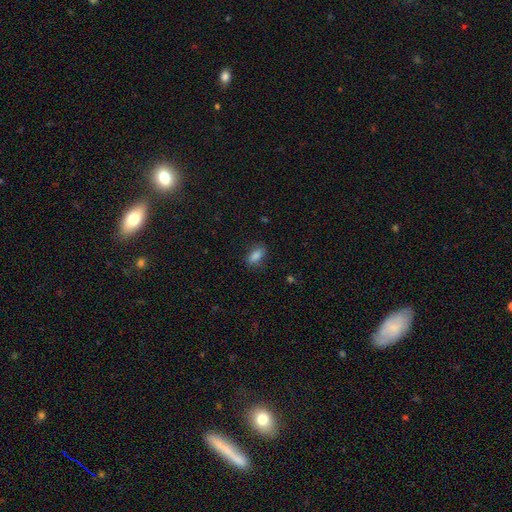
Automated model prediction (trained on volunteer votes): Overall: smooth (85%). How rounded: in between (87%). Merging: none (83%).